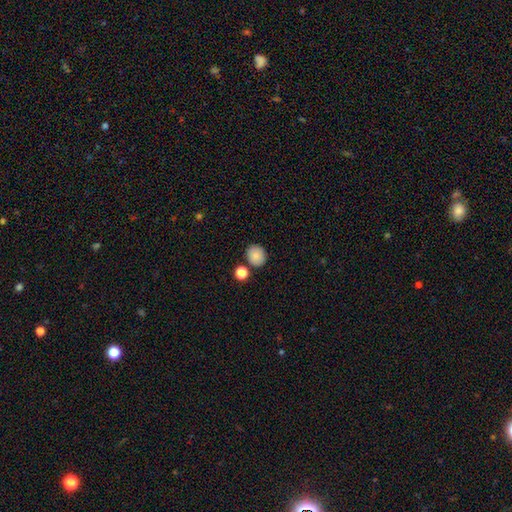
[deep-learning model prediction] Q: Smooth or featured?
A: smooth (84%); runner-up: star or artifact (10%)
Q: How rounded?
A: round (72%); runner-up: in between (27%)
Q: Merging?
A: none (80%); runner-up: minor disturbance (9%)